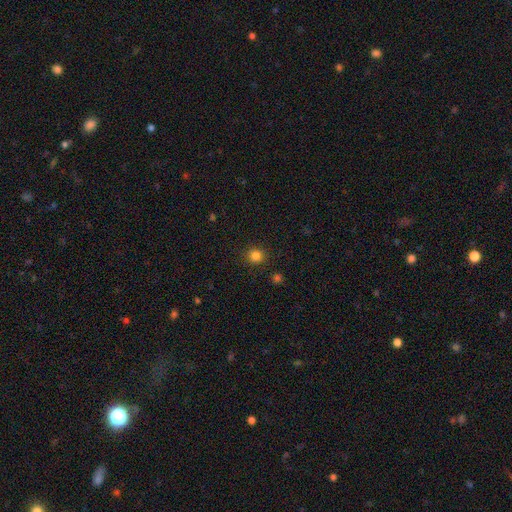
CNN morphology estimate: smooth_or_featured: smooth (p=0.82) [alt: star or artifact p=0.14]
how_rounded: round (p=0.91) [alt: in between p=0.08]
merging: none (p=0.90) [alt: minor disturbance p=0.06]